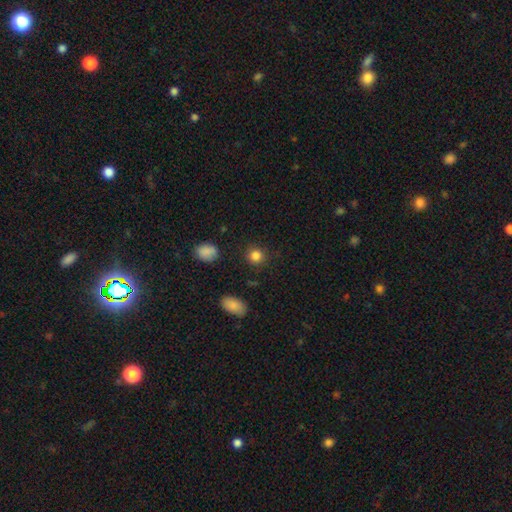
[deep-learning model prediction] The model was most divided on "smooth or featured": smooth: 85%, star or artifact: 11%, featured or disk: 4%. More confident: how rounded — round (88%); merging — none (88%).